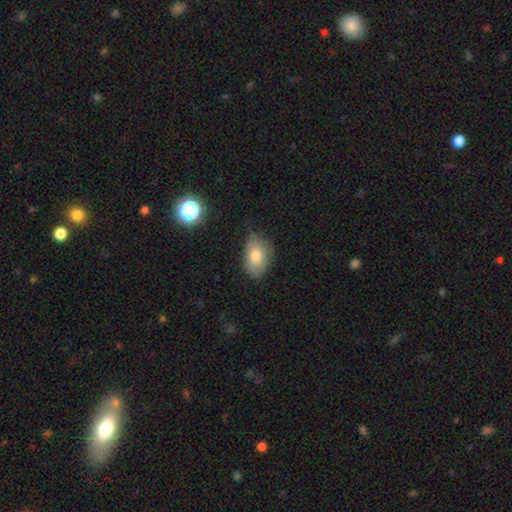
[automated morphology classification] This appears to be a smooth galaxy with no disk features (77%) that is in between round and cigar-shaped (88%). Merging: none (72%).